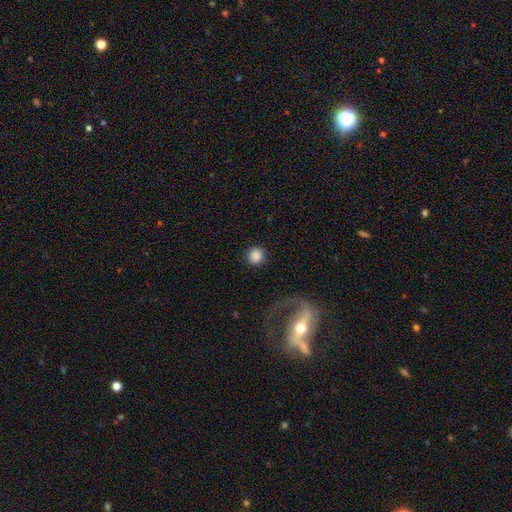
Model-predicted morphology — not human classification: Smooth or featured: smooth — 86% (star or artifact — 9%)
How rounded: round — 91% (in between — 8%)
Merging: none — 87% (minor disturbance — 7%)